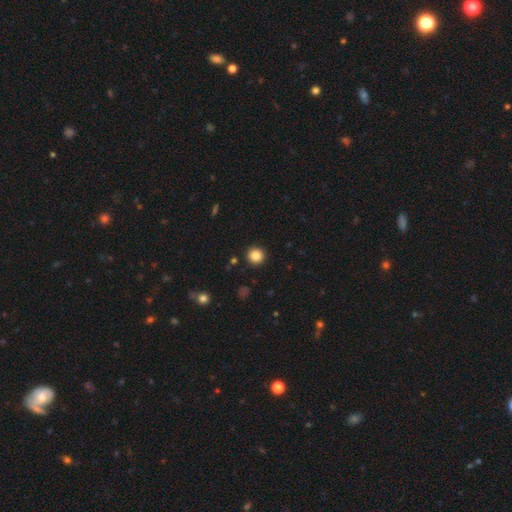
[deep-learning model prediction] This is clearly a smooth galaxy (85%). How rounded: clearly round (95%). Merging: clearly none (92%).